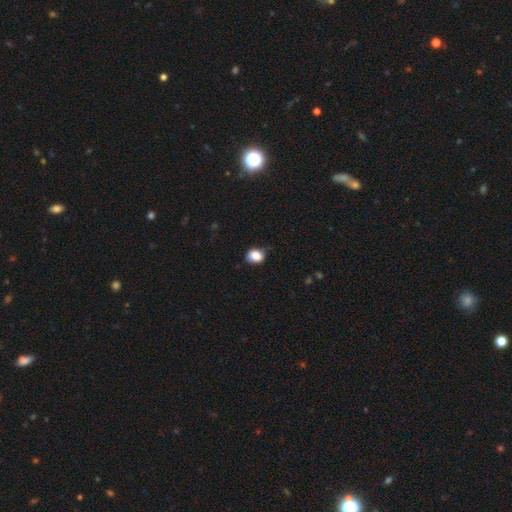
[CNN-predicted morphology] Q: Smooth or featured?
A: smooth (86%); runner-up: star or artifact (9%)
Q: How rounded?
A: round (56%); runner-up: in between (43%)
Q: Merging?
A: none (73%); runner-up: minor disturbance (22%)